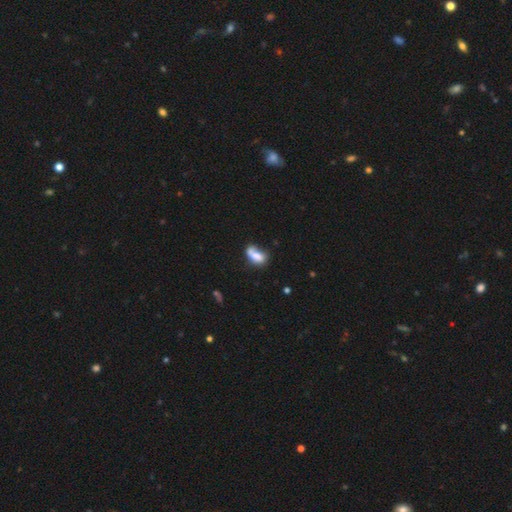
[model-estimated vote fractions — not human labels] Smooth or featured? Predicted: smooth (p=0.67). How rounded? Predicted: in between (p=0.83). Merging? Predicted: merger (p=0.36).